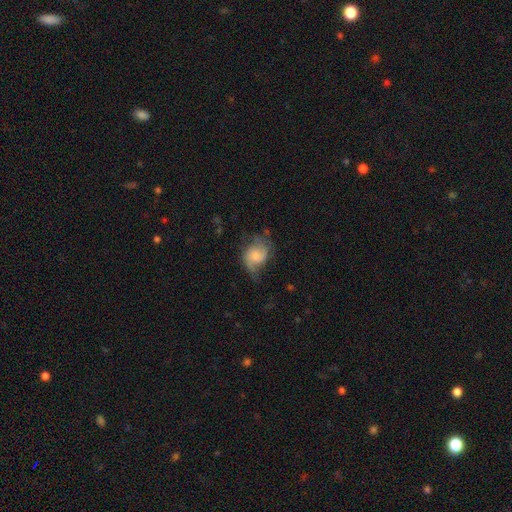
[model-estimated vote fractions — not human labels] smooth_or_featured: featured or disk (p=0.56) [alt: smooth p=0.35]
disk_edge_on: no (p=0.97) [alt: yes p=0.03]
bar: no (p=0.64) [alt: weak p=0.31]
has_spiral_arms: yes (p=0.87) [alt: no p=0.13]
bulge_size: small (p=0.36) [alt: moderate p=0.34]
merging: none (p=0.48) [alt: minor disturbance p=0.29]